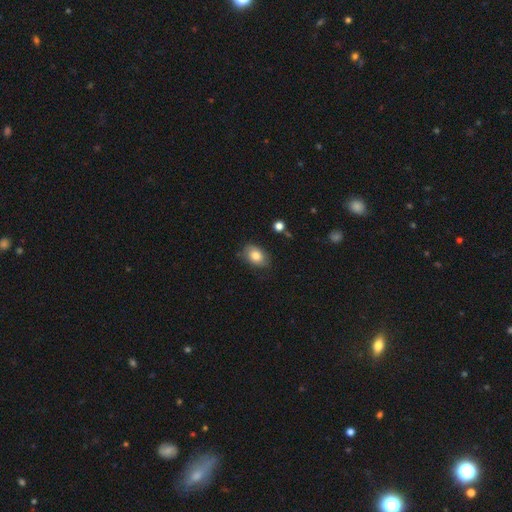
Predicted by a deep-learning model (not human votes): Q: Smooth or featured?
A: smooth (81%); runner-up: featured or disk (11%)
Q: How rounded?
A: in between (82%); runner-up: round (17%)
Q: Merging?
A: none (79%); runner-up: minor disturbance (16%)